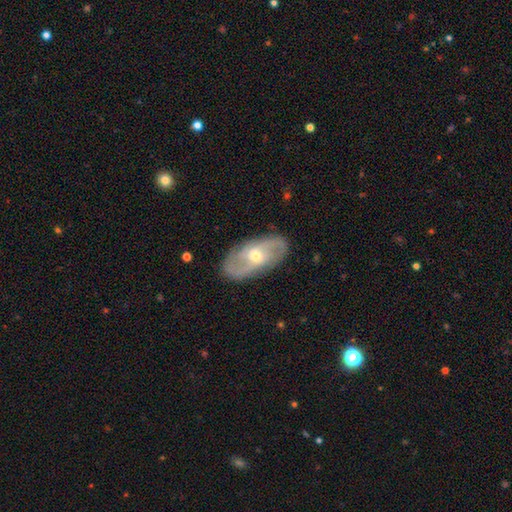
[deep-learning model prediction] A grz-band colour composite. It shows a featured or disk galaxy (75%) with no bar (49%), 2 (78%) medium (45%) spiral arms (86%) and a moderate central bulge (50%). Merging: none (83%).